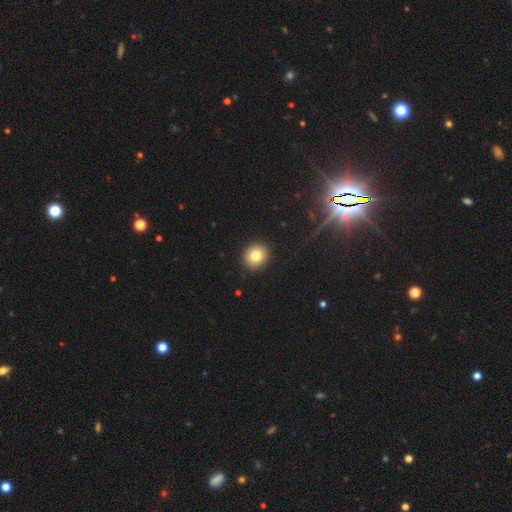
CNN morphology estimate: Smooth or featured? smooth (80%)
How rounded? round (84%)
Merging? none (91%)